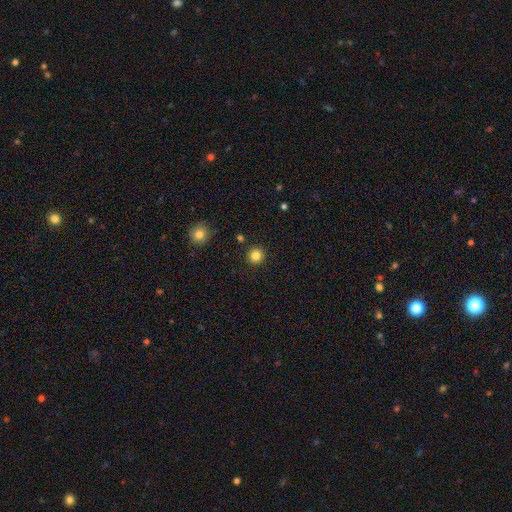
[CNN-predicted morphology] Smooth or featured?
  - smooth: 83% *
  - star or artifact: 12%
  - featured or disk: 5%
How rounded?
  - round: 95% *
  - in between: 4%
  - cigar-shaped: 1%
Merging?
  - none: 92% *
  - minor disturbance: 5%
  - major disturbance: 2%
  - merger: 2%